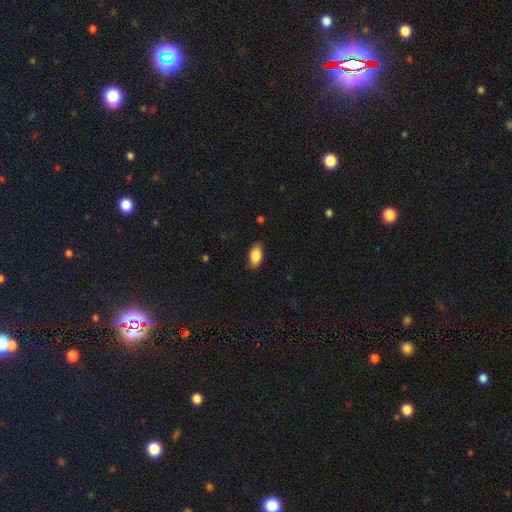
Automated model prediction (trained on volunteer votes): Overall: smooth (84%). How rounded: in between (91%). Merging: none (85%).